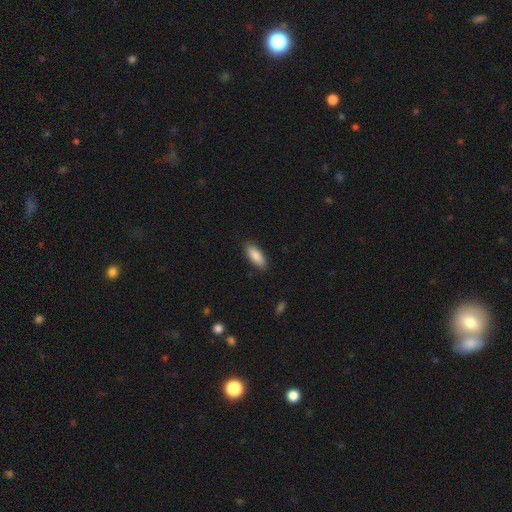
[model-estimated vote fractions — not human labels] Q: Smooth or featured?
A: smooth (87%); runner-up: featured or disk (7%)
Q: How rounded?
A: in between (78%); runner-up: cigar-shaped (20%)
Q: Merging?
A: none (87%); runner-up: minor disturbance (10%)